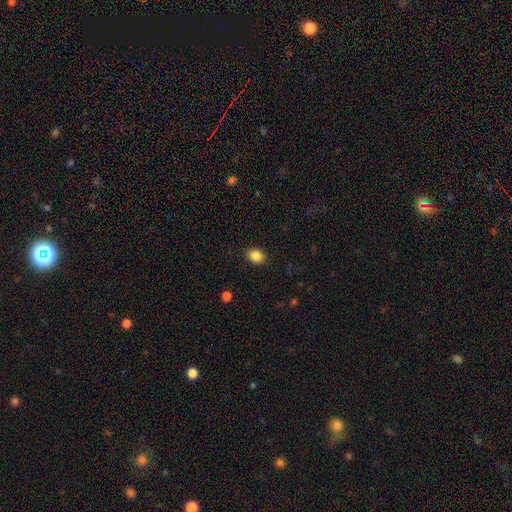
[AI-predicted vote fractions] smooth-or-featured: smooth: 86% | star or artifact: 9% | featured or disk: 5%
  how-rounded: in between: 63% | round: 36% | cigar-shaped: 1%
  merging: none: 89% | minor disturbance: 8% | major disturbance: 2% | merger: 1%